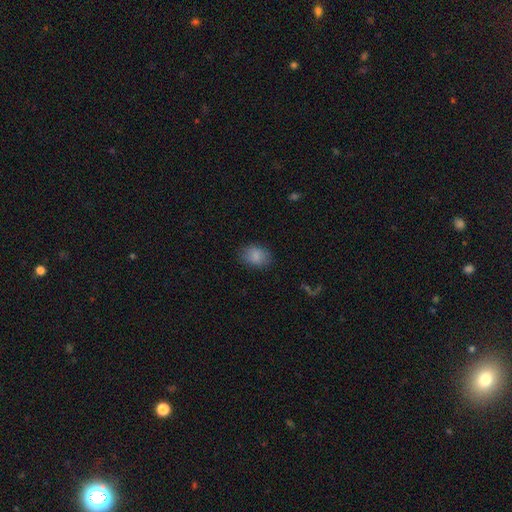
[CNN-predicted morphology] type=smooth (86%); roundness=in between (75%); merging=none (81%).